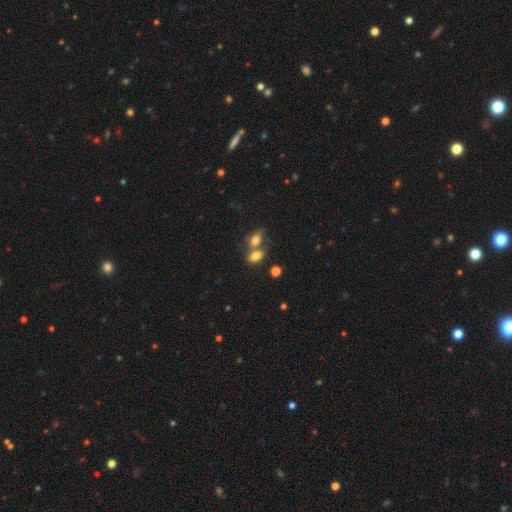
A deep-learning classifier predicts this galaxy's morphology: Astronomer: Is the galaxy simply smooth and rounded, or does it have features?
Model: smooth — 78%.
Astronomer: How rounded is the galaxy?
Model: in between — 81%.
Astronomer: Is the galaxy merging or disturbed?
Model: merger — 52% (runner-up: none, 35%).